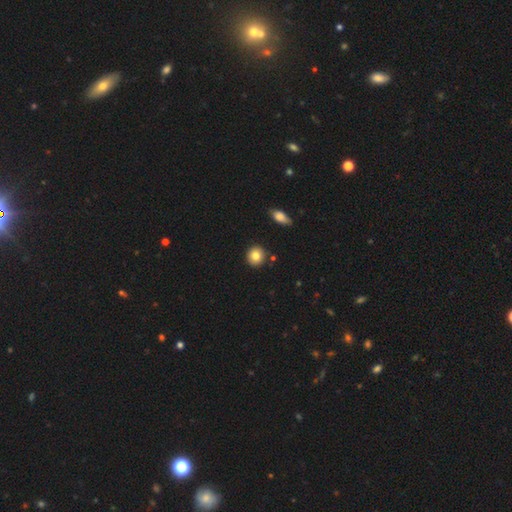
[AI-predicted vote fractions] smooth 83%, featured or disk 9%, star or artifact 9%. Down the decision tree: how rounded — round (88%); merging — none (88%).